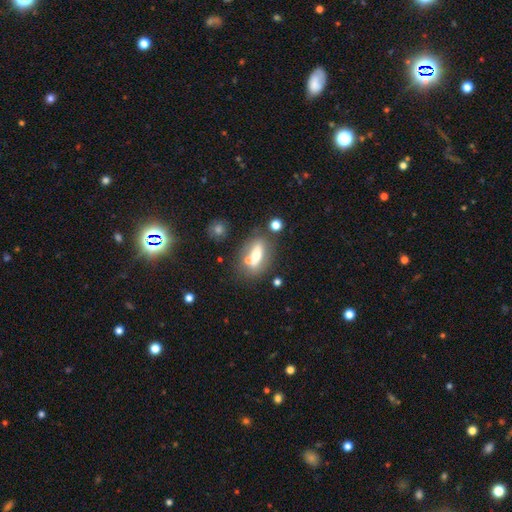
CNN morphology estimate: This appears to be a smooth galaxy with no disk features (52%) that is in between round and cigar-shaped (71%). Merging: none (58%).